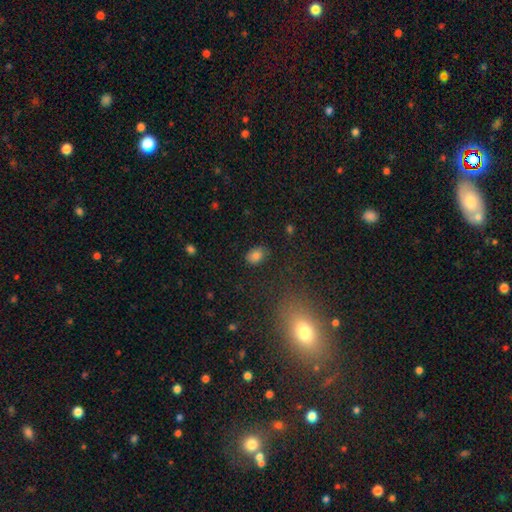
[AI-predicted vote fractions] smooth_or_featured: smooth (p=0.82) [alt: star or artifact p=0.10]
how_rounded: in between (p=0.72) [alt: round p=0.27]
merging: none (p=0.80) [alt: minor disturbance p=0.14]